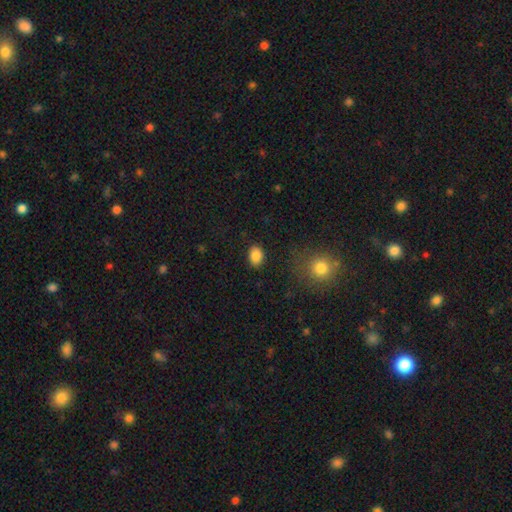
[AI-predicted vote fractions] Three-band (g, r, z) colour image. It shows a smooth galaxy with no disk features (87%) that is in between round and cigar-shaped (73%). Merging: none (87%).